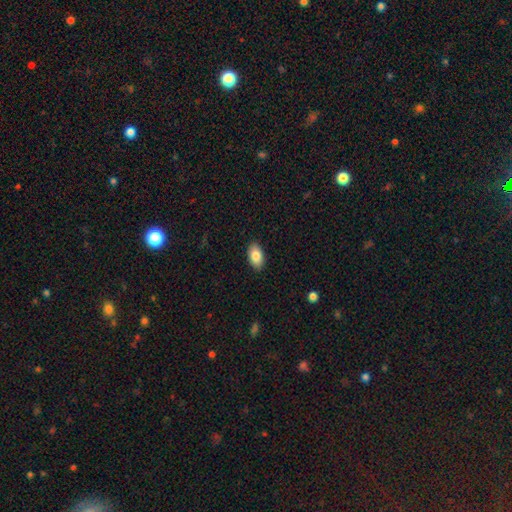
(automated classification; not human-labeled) Morphology: type=smooth (85%); roundness=in between (94%); merging=none (90%).